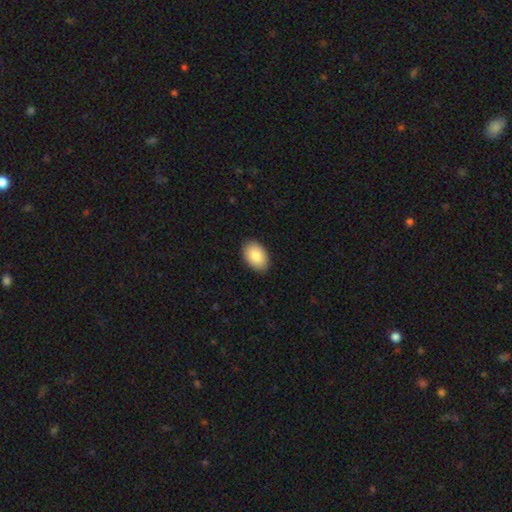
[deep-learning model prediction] The model was most divided on "merging": none: 88%, minor disturbance: 9%, major disturbance: 2%, merger: 1%. More confident: how rounded — in between (91%); smooth or featured — smooth (88%).